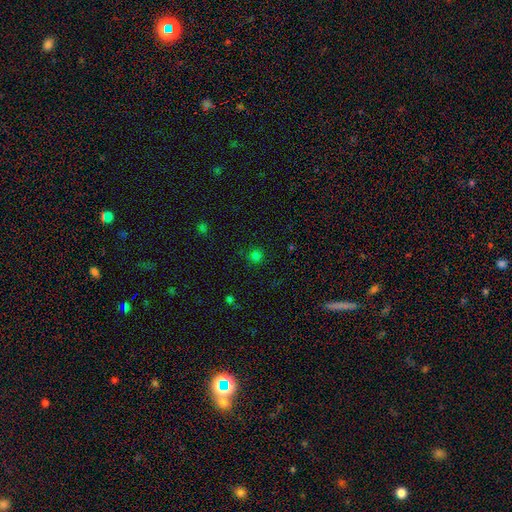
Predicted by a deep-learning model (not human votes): Q: Smooth or featured?
A: smooth (74%); runner-up: star or artifact (22%)
Q: How rounded?
A: round (93%); runner-up: in between (6%)
Q: Merging?
A: none (87%); runner-up: minor disturbance (8%)